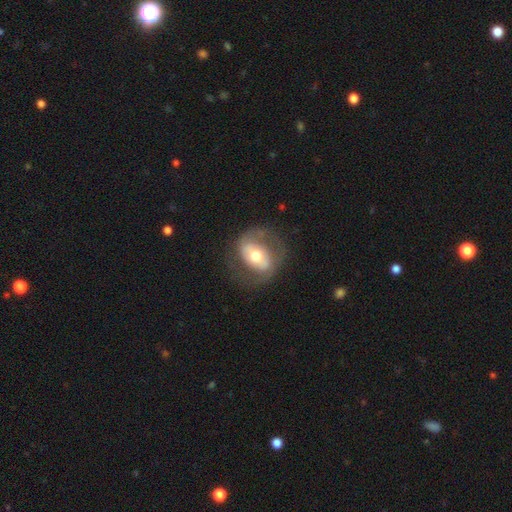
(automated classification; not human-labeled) smooth_or_featured: featured or disk (p=0.63) [alt: smooth p=0.31]
disk_edge_on: no (p=0.94) [alt: yes p=0.06]
bar: no (p=0.41) [alt: weak p=0.31]
has_spiral_arms: yes (p=0.53) [alt: no p=0.47]
bulge_size: moderate (p=0.71) [alt: large p=0.15]
merging: none (p=0.64) [alt: minor disturbance p=0.18]